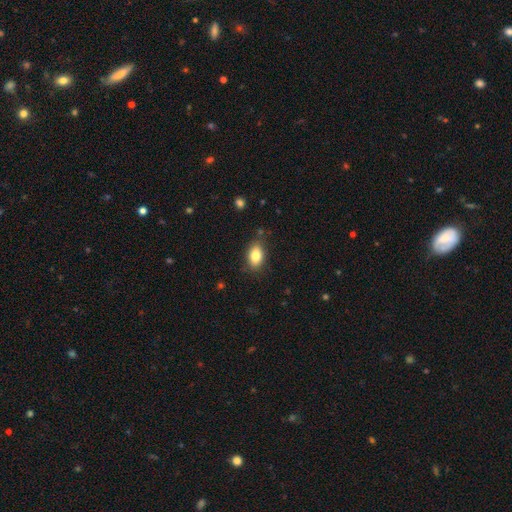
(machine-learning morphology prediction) Overall: smooth (83%). How rounded: in between (87%). Merging: none (82%).